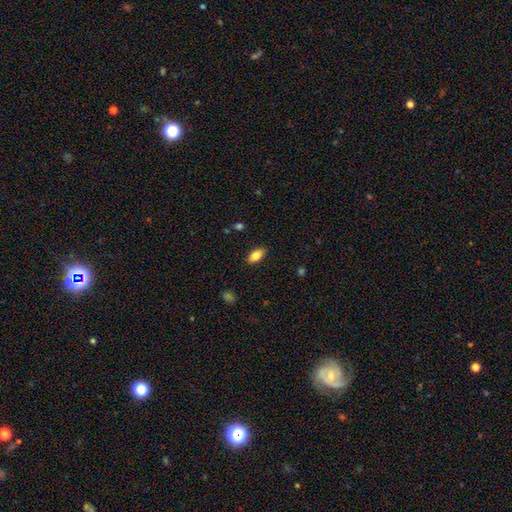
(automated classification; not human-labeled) smooth_or_featured: smooth (p=0.80) [alt: featured or disk p=0.12]
how_rounded: in between (p=0.88) [alt: cigar-shaped p=0.10]
merging: none (p=0.87) [alt: minor disturbance p=0.10]